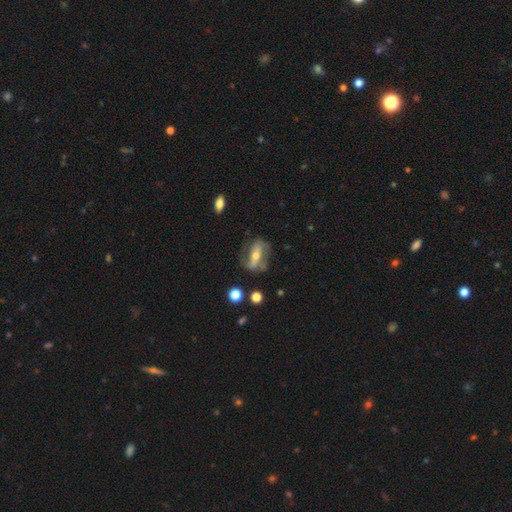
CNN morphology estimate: Smooth or featured?
  - featured or disk: 71% *
  - smooth: 21%
  - star or artifact: 8%
Edge-on disk?
  - no: 84% *
  - yes: 16%
Bar?
  - strong: 55% *
  - weak: 23%
  - no: 22%
Spiral arms?
  - yes: 75% *
  - no: 25%
Bulge size?
  - moderate: 52% *
  - small: 41%
  - large: 4%
  - none: 2%
  - dominant: 1%
Merging?
  - none: 62% *
  - minor disturbance: 21%
  - major disturbance: 14%
  - merger: 3%